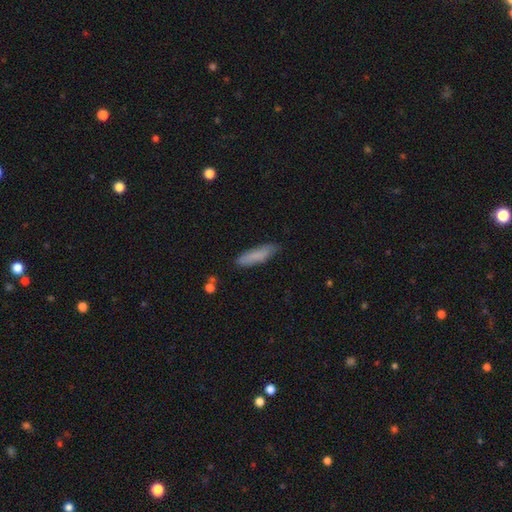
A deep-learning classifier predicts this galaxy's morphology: smooth-or-featured: smooth: 82% | featured or disk: 12% | star or artifact: 7%
  how-rounded: cigar-shaped: 73% | in between: 26% | round: 1%
  merging: none: 82% | minor disturbance: 14% | major disturbance: 3% | merger: 2%